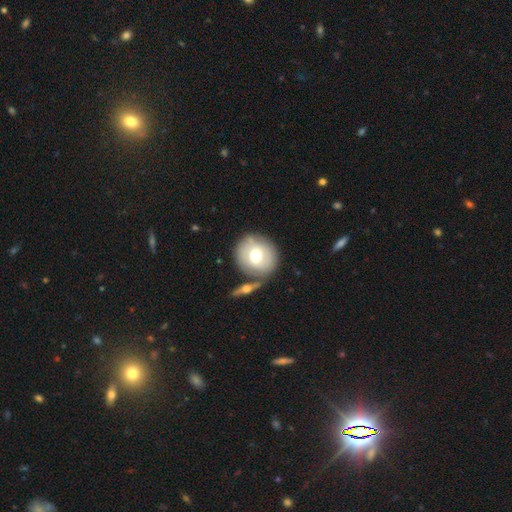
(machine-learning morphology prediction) A smooth galaxy with no disk features (65%) that is round (86%).

Vote fractions:
- Smooth or featured? smooth: 65% / featured or disk: 28% / star or artifact: 7%
- How rounded? round: 86% / in between: 13% / cigar-shaped: 1%
- Merging? none: 68% / merger: 15% / minor disturbance: 13% / major disturbance: 4%